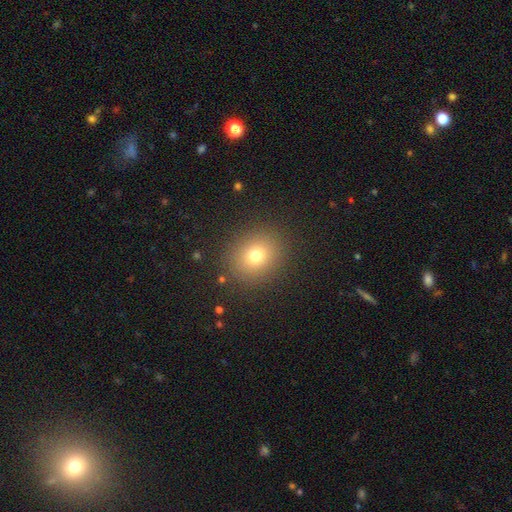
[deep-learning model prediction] The model was most divided on "how rounded": round: 74%, in between: 26%, cigar-shaped: 1%. More confident: merging — none (88%); smooth or featured — smooth (74%).